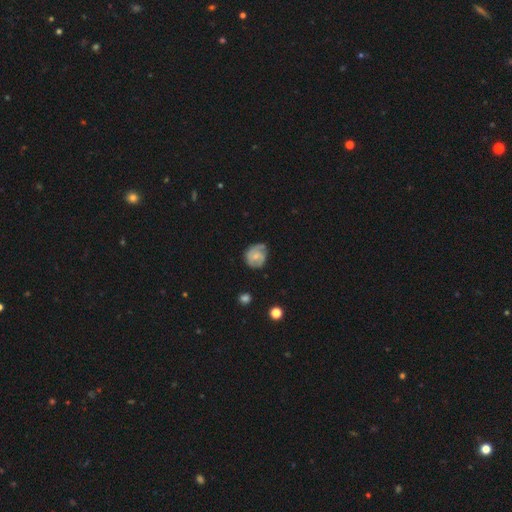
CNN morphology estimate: Smooth or featured?
  - featured or disk: 60% *
  - smooth: 33%
  - star or artifact: 7%
Edge-on disk?
  - no: 98% *
  - yes: 2%
Bar?
  - no: 62% *
  - weak: 33%
  - strong: 5%
Spiral arms?
  - yes: 87% *
  - no: 13%
Spiral winding?
  - tight: 50% *
  - medium: 37%
  - loose: 13%
Spiral arm count?
  - 2: 48% *
  - can't tell: 23%
  - 3: 12%
  - 1: 12%
  - 4: 2%
  - more than 4: 2%
Bulge size?
  - small: 59% *
  - moderate: 28%
  - none: 11%
  - large: 2%
  - dominant: 1%
Merging?
  - none: 59% *
  - minor disturbance: 29%
  - major disturbance: 10%
  - merger: 3%